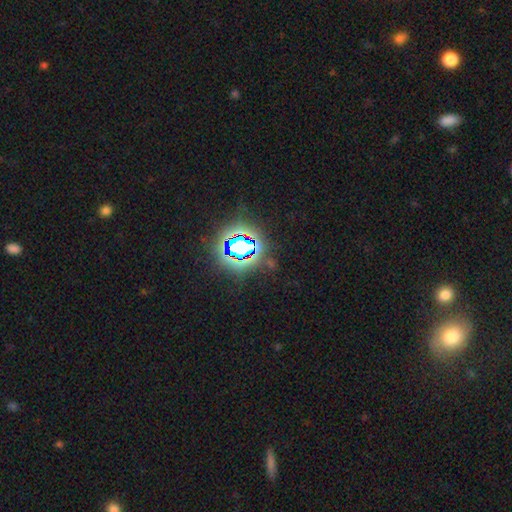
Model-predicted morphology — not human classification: smooth-or-featured: star or artifact: 82% | smooth: 11% | featured or disk: 7%